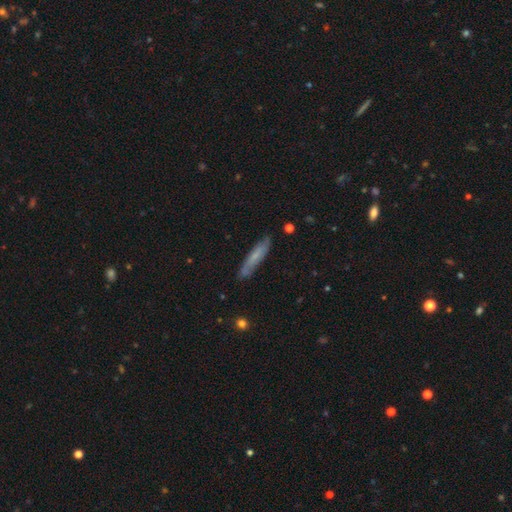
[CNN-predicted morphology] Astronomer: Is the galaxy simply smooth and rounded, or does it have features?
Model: smooth — 56% (runner-up: featured or disk, 38%).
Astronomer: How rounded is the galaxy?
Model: cigar-shaped — 87%.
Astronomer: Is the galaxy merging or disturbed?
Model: none — 80%.